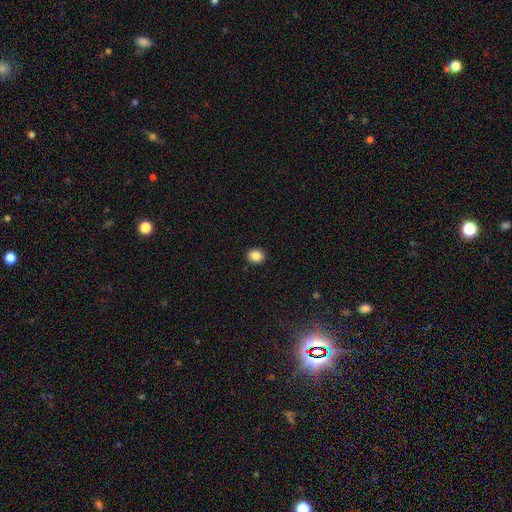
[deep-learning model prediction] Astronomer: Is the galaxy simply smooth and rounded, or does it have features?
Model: smooth — 86%.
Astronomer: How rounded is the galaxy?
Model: round — 65%.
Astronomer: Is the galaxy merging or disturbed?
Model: none — 91%.